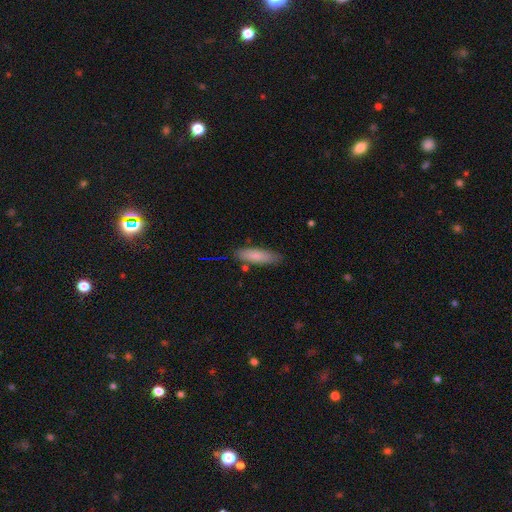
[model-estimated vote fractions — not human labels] Overall: smooth (80%). How rounded: cigar-shaped (53%; in between 45%). Merging: none (80%).